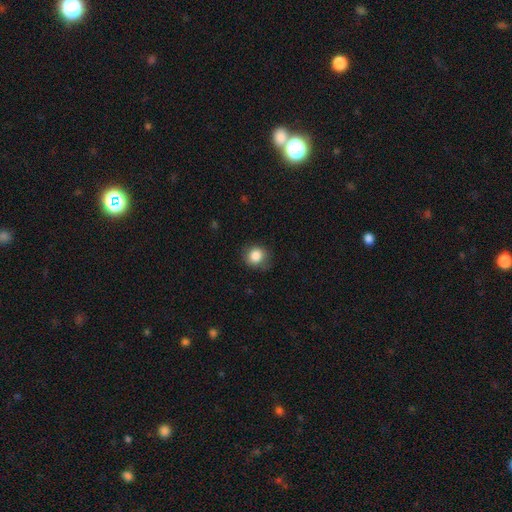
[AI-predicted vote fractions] Overall: smooth (86%). How rounded: round (82%). Merging: none (75%).